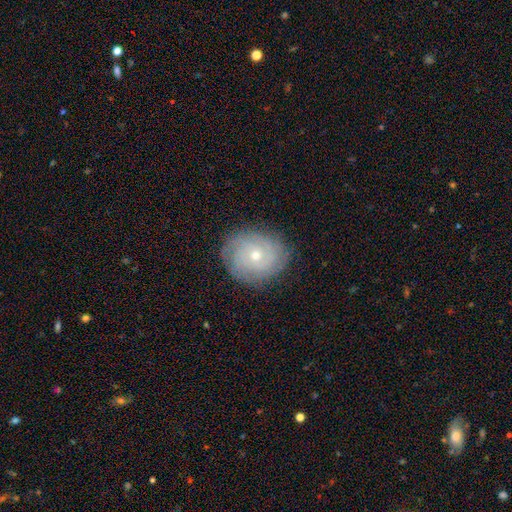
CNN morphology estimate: This is likely a featured or disk galaxy (69%). It is clearly not viewed edge-on (97%). Bar: clearly no (82%). Spiral arm pattern: clearly yes (90%). Spiral arm count: possibly can't tell (45%). Spiral winding: likely tight (77%). Central bulge: likely small (60%). Merging: clearly none (84%).